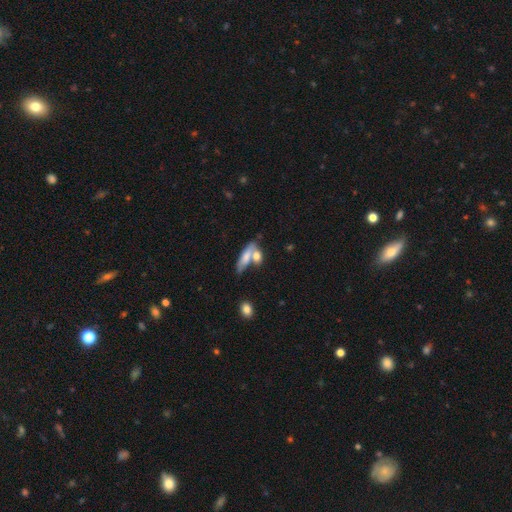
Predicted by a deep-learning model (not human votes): This is likely a smooth galaxy (70%). How rounded: likely in between (63%). Merging: possibly merger (49%).